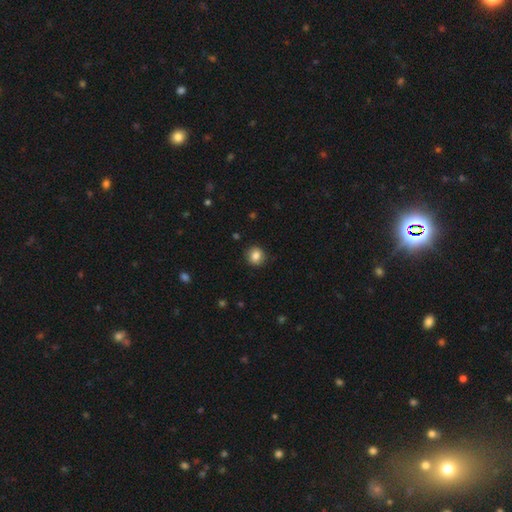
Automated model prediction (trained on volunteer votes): Smooth or featured? smooth (84%)
How rounded? round (82%)
Merging? none (87%)